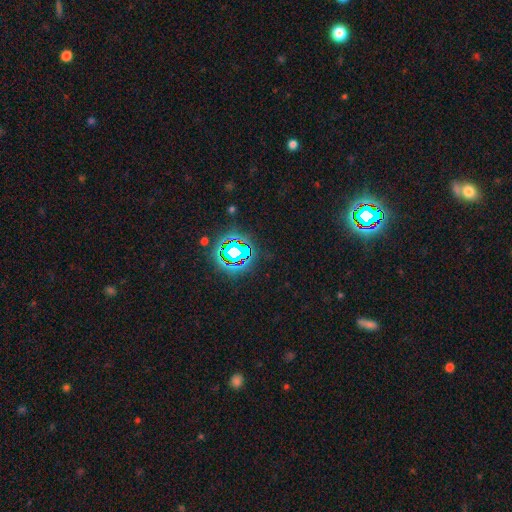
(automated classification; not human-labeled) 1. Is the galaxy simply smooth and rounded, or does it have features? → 82% star or artifact, 11% smooth, 7% featured or disk.